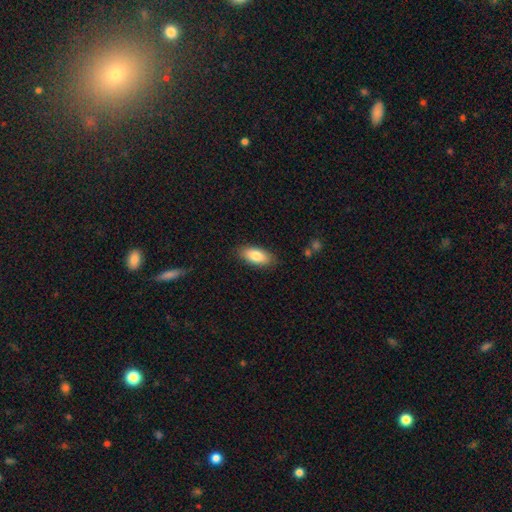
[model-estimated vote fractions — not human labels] Smooth or featured? Predicted: smooth (p=0.81). How rounded? Predicted: in between (p=0.87). Merging? Predicted: none (p=0.87).